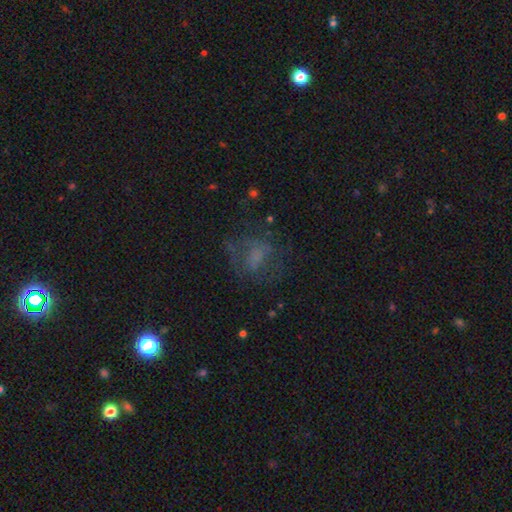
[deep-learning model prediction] Overall: smooth (44%; featured or disk 35%). Merging: none (51%; major disturbance 28%).